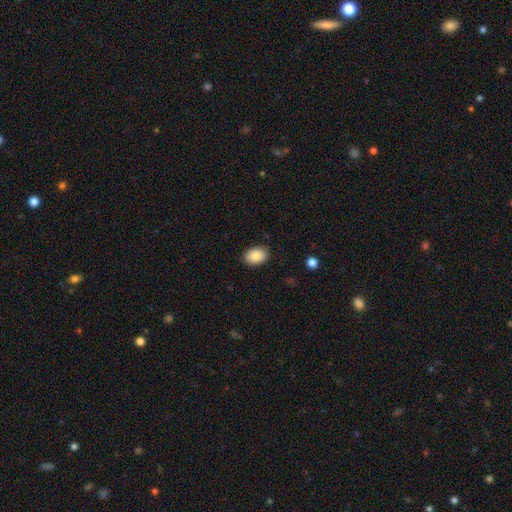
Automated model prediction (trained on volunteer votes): A smooth galaxy with no disk features (86%) that is in between round and cigar-shaped (81%). Merging: none (87%).